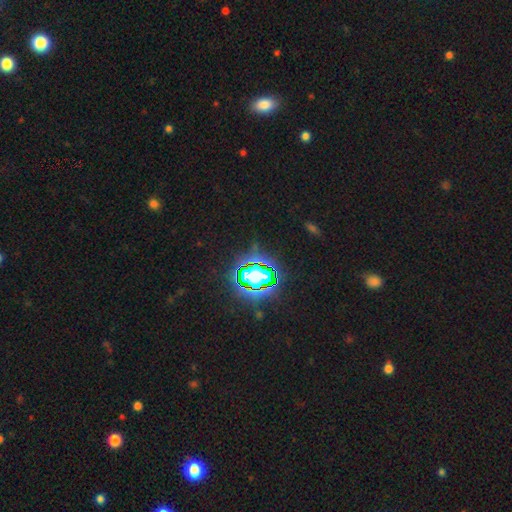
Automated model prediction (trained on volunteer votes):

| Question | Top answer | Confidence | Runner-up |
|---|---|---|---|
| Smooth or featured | star or artifact | 79% | smooth (13%) |